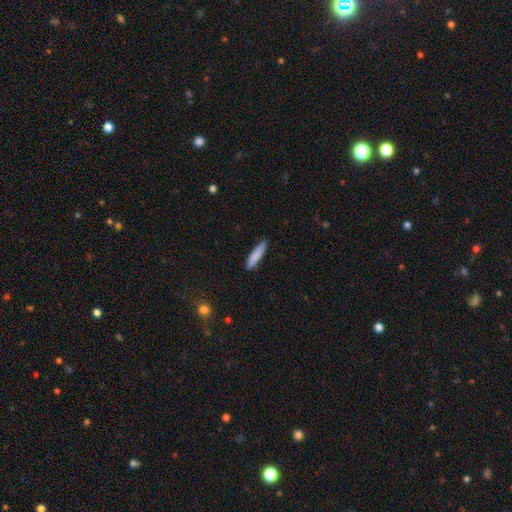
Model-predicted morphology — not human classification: The model was most divided on "merging": none: 85%, minor disturbance: 12%, major disturbance: 2%, merger: 1%. More confident: how rounded — cigar-shaped (86%); smooth or featured — smooth (84%).